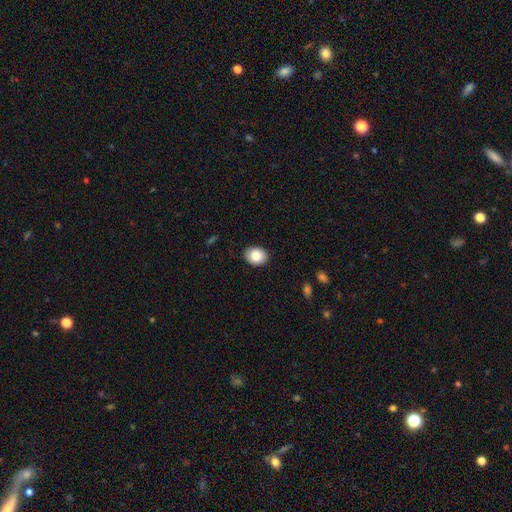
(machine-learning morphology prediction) type=smooth (85%); roundness=in between (57%); merging=none (90%).